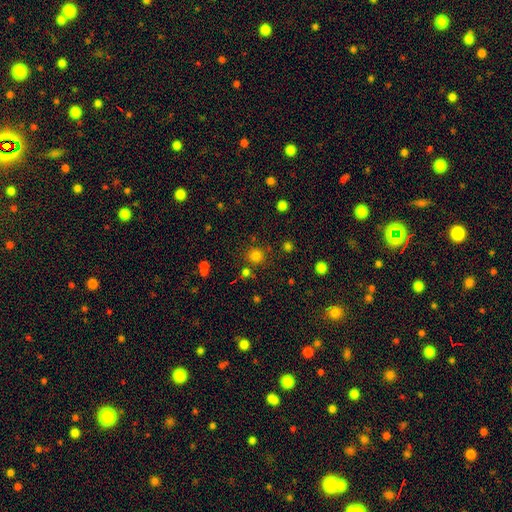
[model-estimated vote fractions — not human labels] smooth-or-featured: smooth: 77% | star or artifact: 17% | featured or disk: 5%
  how-rounded: round: 91% | in between: 8% | cigar-shaped: 1%
  merging: none: 82% | minor disturbance: 8% | merger: 7% | major disturbance: 3%